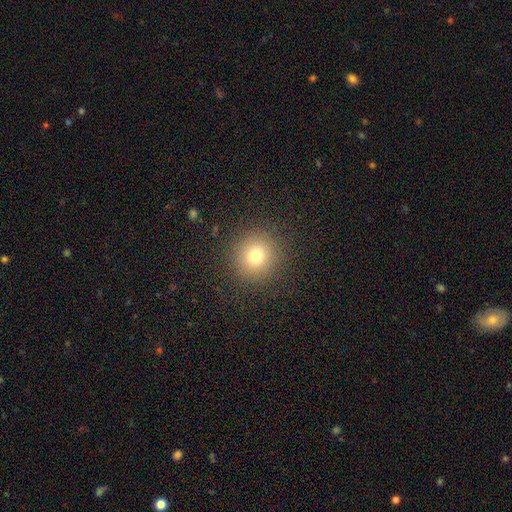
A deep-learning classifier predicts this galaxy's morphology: Smooth or featured?
  - smooth: 76% *
  - star or artifact: 14%
  - featured or disk: 9%
How rounded?
  - round: 91% *
  - in between: 8%
  - cigar-shaped: 1%
Merging?
  - none: 89% *
  - minor disturbance: 6%
  - major disturbance: 3%
  - merger: 1%